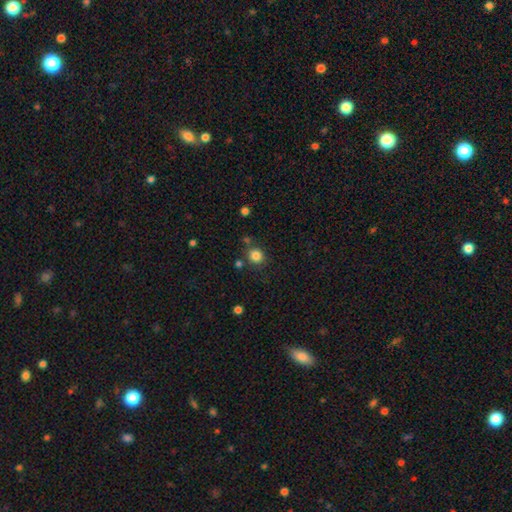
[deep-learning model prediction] smooth_or_featured: smooth (p=0.84) [alt: star or artifact p=0.12]
how_rounded: round (p=0.86) [alt: in between p=0.13]
merging: none (p=0.79) [alt: minor disturbance p=0.10]